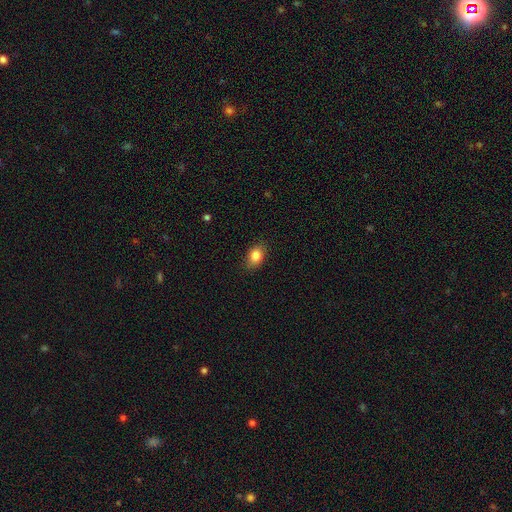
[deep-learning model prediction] This is clearly a smooth galaxy (85%). How rounded: clearly in between (80%). Merging: clearly none (86%).